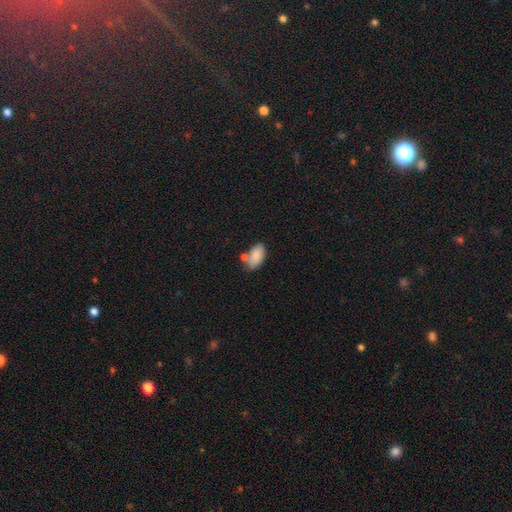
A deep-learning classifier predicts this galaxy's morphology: A smooth galaxy with no disk features (85%) that is in between round and cigar-shaped (94%).

Vote fractions:
- Smooth or featured? smooth: 85% / featured or disk: 8% / star or artifact: 7%
- How rounded? in between: 94% / round: 3% / cigar-shaped: 3%
- Merging? none: 60% / merger: 19% / minor disturbance: 17% / major disturbance: 4%